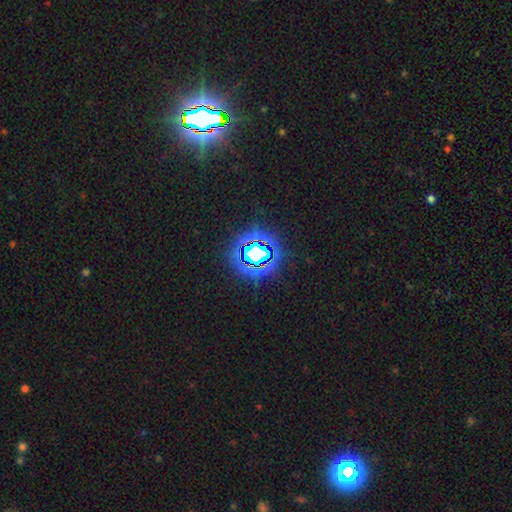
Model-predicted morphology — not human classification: smooth_or_featured: star or artifact (p=0.76) [alt: smooth p=0.14]